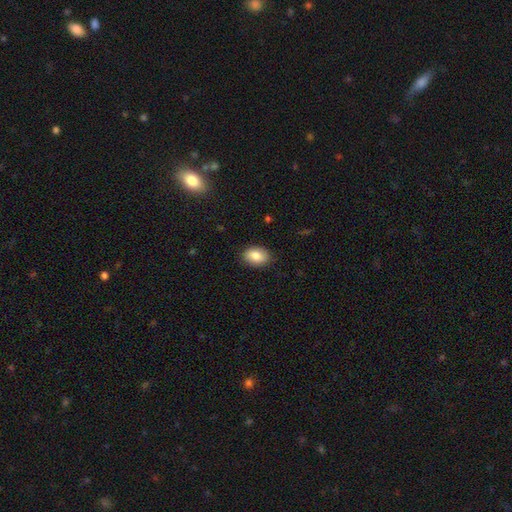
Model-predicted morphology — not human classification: A smooth galaxy with no disk features (85%) that is in between round and cigar-shaped (83%). Merging: none (86%).